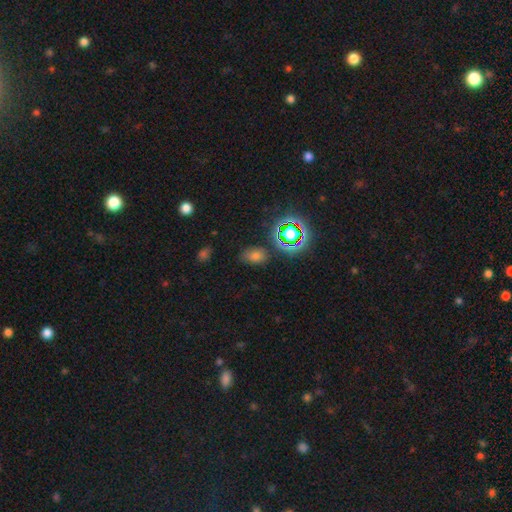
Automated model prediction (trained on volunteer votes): smooth-or-featured: smooth: 63% | star or artifact: 28% | featured or disk: 8%
  how-rounded: in between: 79% | round: 20% | cigar-shaped: 2%
  merging: none: 78% | minor disturbance: 14% | major disturbance: 4% | merger: 3%